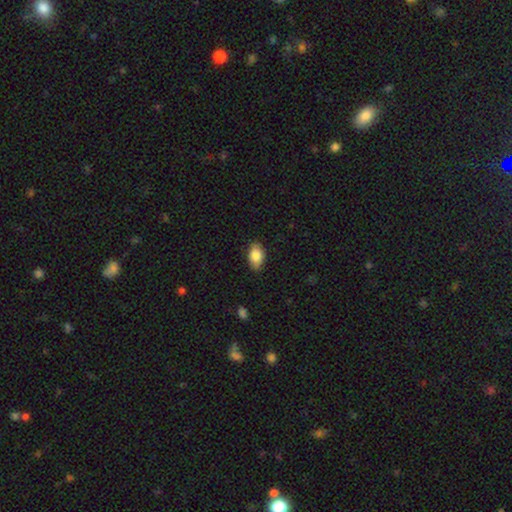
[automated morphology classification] smooth_or_featured: smooth (p=0.83) [alt: featured or disk p=0.10]
how_rounded: in between (p=0.91) [alt: round p=0.06]
merging: none (p=0.85) [alt: minor disturbance p=0.12]